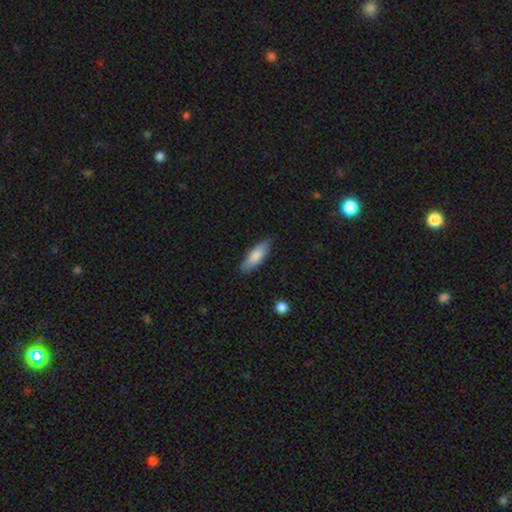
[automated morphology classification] Smooth or featured? smooth (80%)
How rounded? in between (53%)
Merging? none (85%)